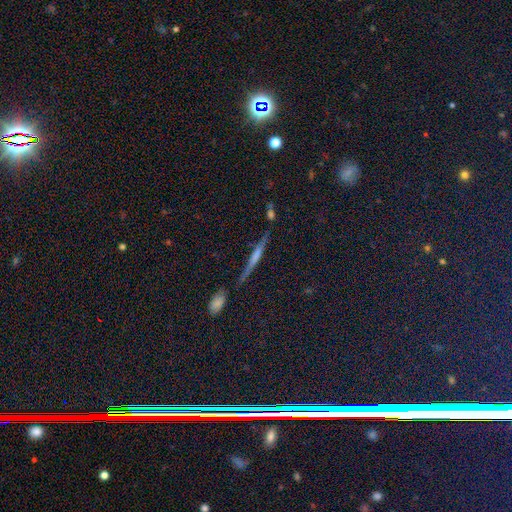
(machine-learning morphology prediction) The model was most divided on "smooth or featured": featured or disk: 48%, smooth: 30%, star or artifact: 22%. More confident: merging — none (79%).